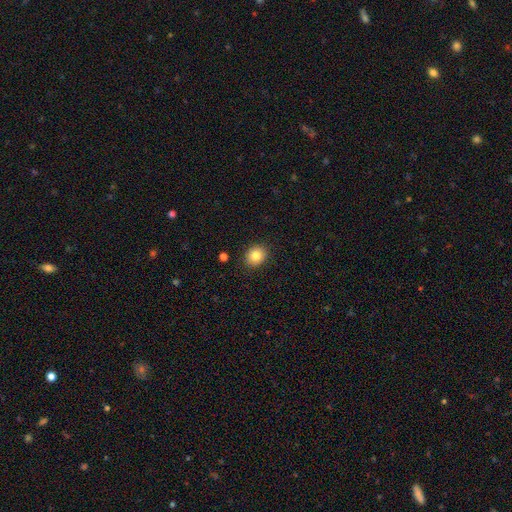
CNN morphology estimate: Q: Smooth or featured?
A: smooth (84%); runner-up: star or artifact (9%)
Q: How rounded?
A: round (62%); runner-up: in between (37%)
Q: Merging?
A: none (89%); runner-up: minor disturbance (8%)